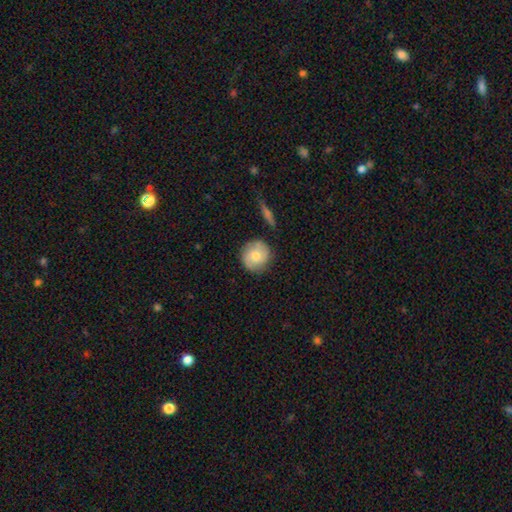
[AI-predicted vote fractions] A smooth galaxy with no disk features (62%) that is round (91%). Merging: none (82%).